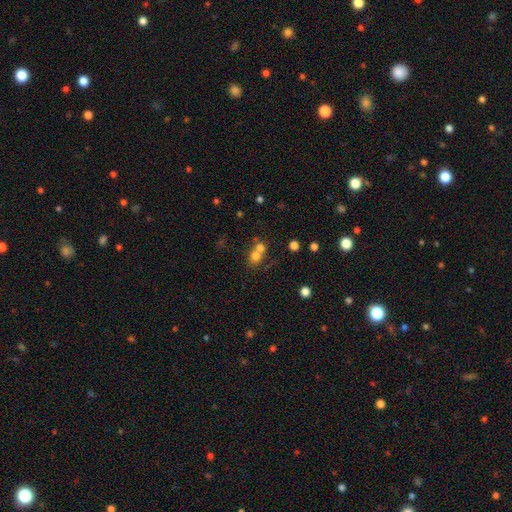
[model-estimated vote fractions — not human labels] Overall: smooth (70%). How rounded: round (71%). Merging: merger (60%; none 31%).